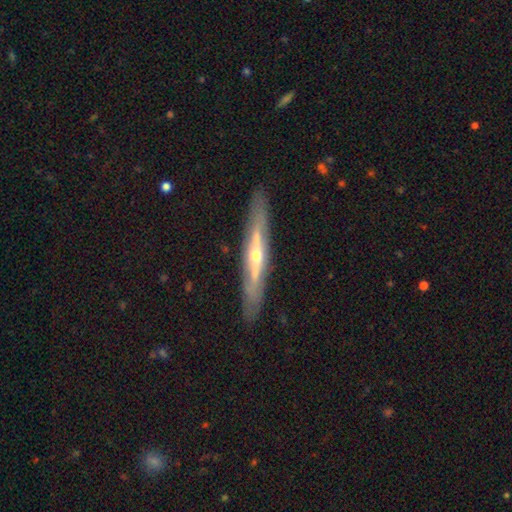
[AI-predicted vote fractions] smooth-or-featured: featured or disk: 73% | smooth: 21% | star or artifact: 7%
  disk-edge-on: yes: 86% | no: 14%
    edge-on-bulge: rounded: 78% | none: 19% | boxy: 3%
  merging: none: 87% | minor disturbance: 10% | major disturbance: 2% | merger: 1%